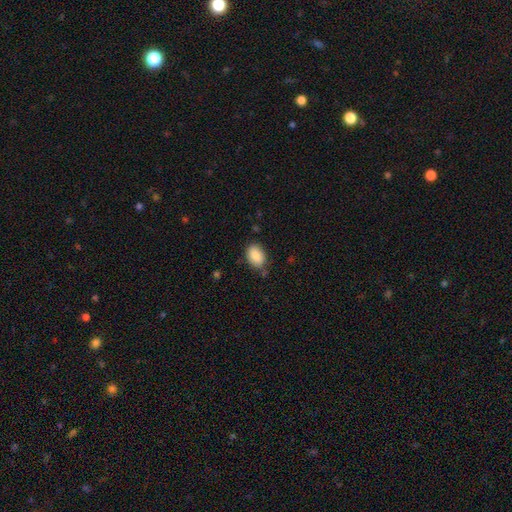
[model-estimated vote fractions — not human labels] Morphology: type=smooth (87%); roundness=in between (85%); merging=none (78%).